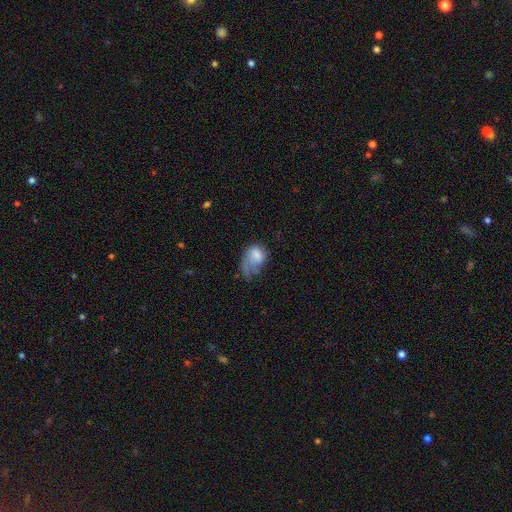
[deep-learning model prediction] Overall: smooth (63%; featured or disk 28%). How rounded: in between (77%). Merging: major disturbance (53%; minor disturbance 24%).